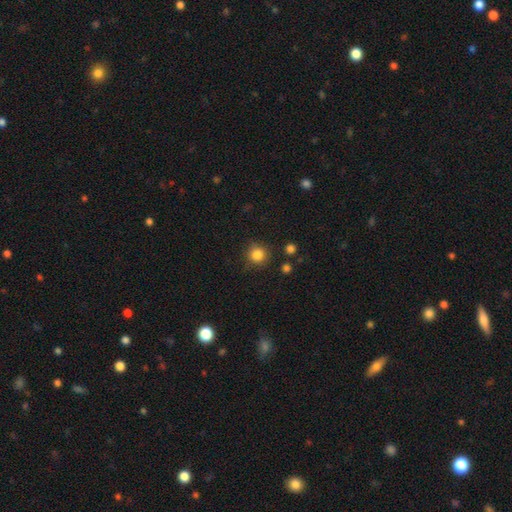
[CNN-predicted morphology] Q: Smooth or featured?
A: smooth (84%); runner-up: star or artifact (11%)
Q: How rounded?
A: round (94%); runner-up: in between (5%)
Q: Merging?
A: none (85%); runner-up: minor disturbance (10%)